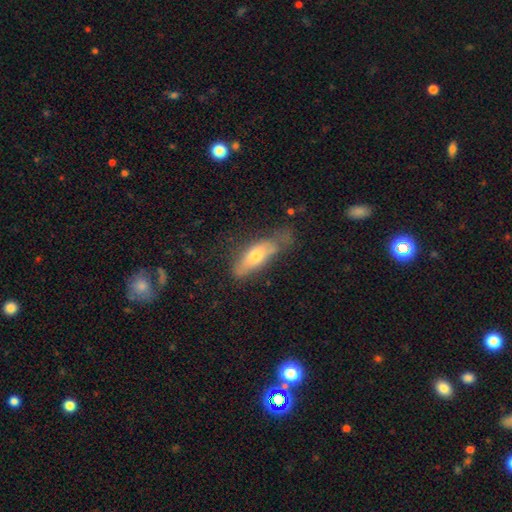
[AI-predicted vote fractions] This appears to be a smooth galaxy with no disk features (59%) that is in between round and cigar-shaped (51%). Merging: none (48%).